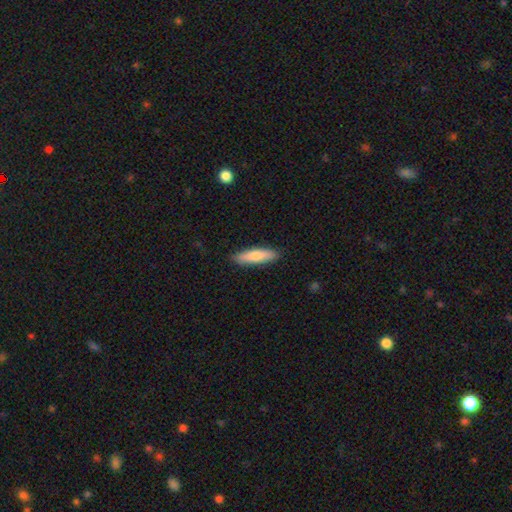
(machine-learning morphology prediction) A smooth galaxy with no disk features (79%) that is cigar-shaped (70%). Merging: none (88%).